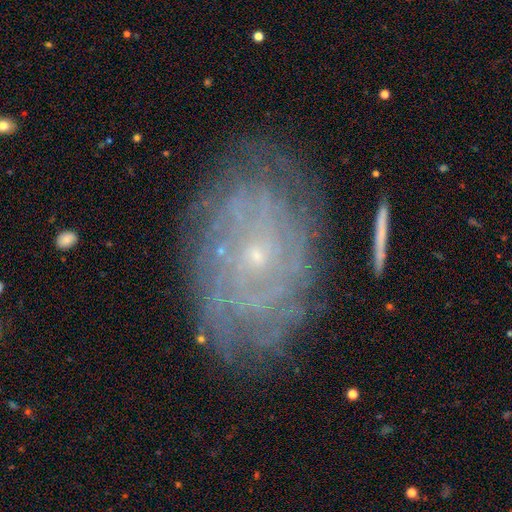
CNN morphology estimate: The model was most divided on "spiral arm count": can't tell: 48%, more than 4: 17%, 4: 12%, 2: 9%, 3: 8%, 1: 6%. More confident: edge-on disk — no (95%); spiral arms — yes (89%); bulge size — small (85%); bar — no (81%); spiral winding — tight (80%); merging — none (80%); smooth or featured — featured or disk (79%).